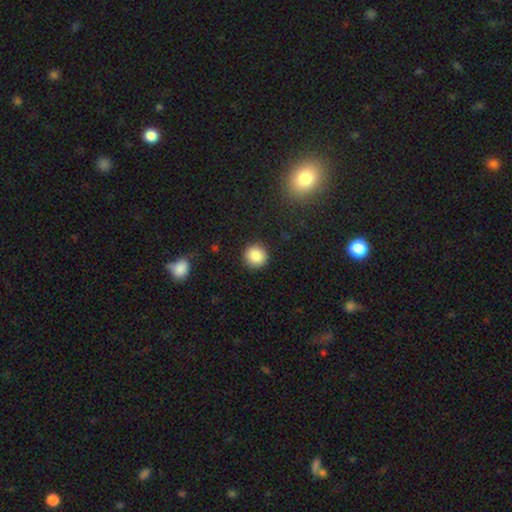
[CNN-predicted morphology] This appears to be a smooth galaxy with no disk features (87%) that is round (94%). Merging: none (91%).